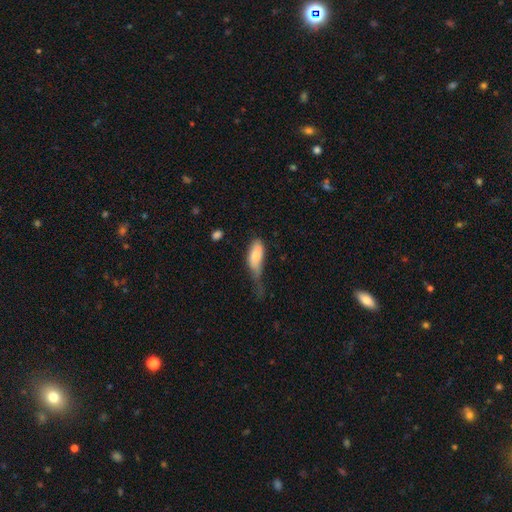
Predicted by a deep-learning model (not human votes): smooth 78%, featured or disk 16%, star or artifact 7%. Down the decision tree: how rounded — in between (80%); merging — major disturbance (41%).